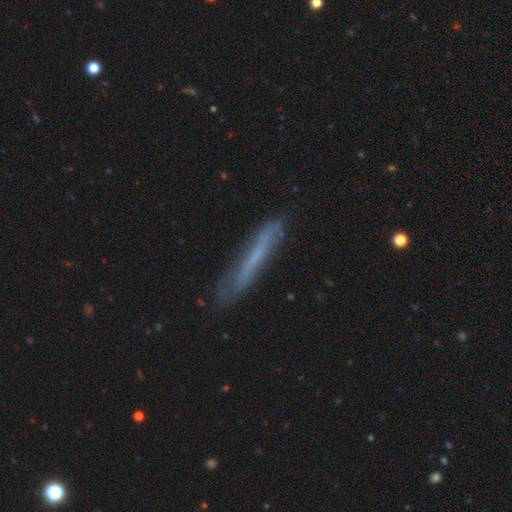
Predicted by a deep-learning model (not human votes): Smooth or featured? featured or disk (46%)
Merging? none (71%)